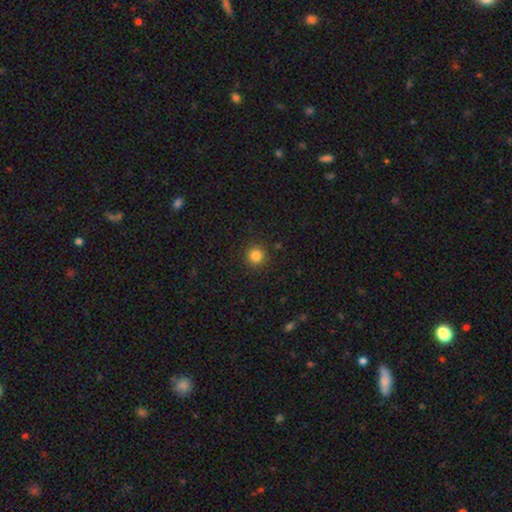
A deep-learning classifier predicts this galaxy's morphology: A smooth galaxy with no disk features (83%) that is round (95%).

Vote fractions:
- Smooth or featured? smooth: 83% / star or artifact: 12% / featured or disk: 4%
- How rounded? round: 95% / in between: 4% / cigar-shaped: 1%
- Merging? none: 91% / minor disturbance: 6% / major disturbance: 2% / merger: 1%